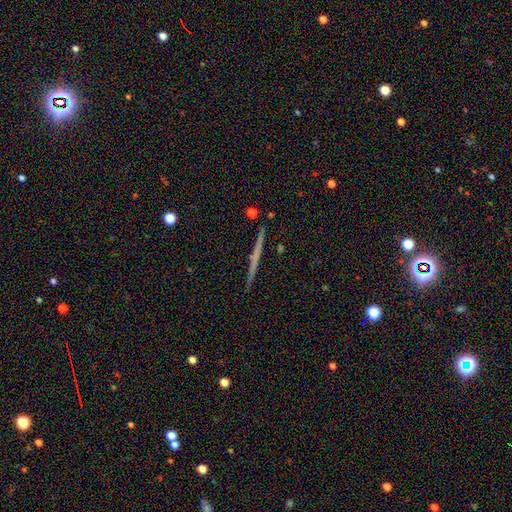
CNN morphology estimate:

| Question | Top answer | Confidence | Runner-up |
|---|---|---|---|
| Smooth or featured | featured or disk | 58% | smooth (34%) |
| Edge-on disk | yes | 98% | no (2%) |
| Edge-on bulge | none | 86% | rounded (10%) |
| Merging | none | 93% | minor disturbance (5%) |